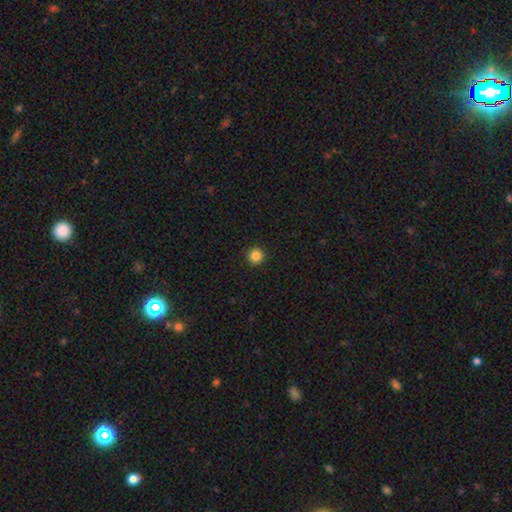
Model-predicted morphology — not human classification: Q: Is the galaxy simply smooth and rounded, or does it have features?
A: smooth — 86%.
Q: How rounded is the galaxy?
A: round — 96%.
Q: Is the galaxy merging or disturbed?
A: none — 94%.